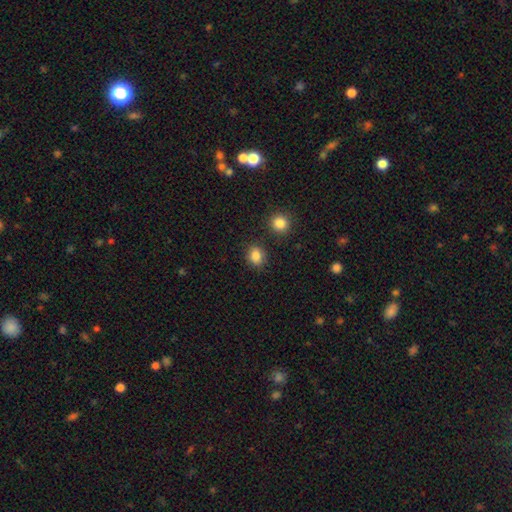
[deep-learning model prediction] This is clearly a smooth galaxy (85%). How rounded: possibly round (57%). Merging: clearly none (83%).